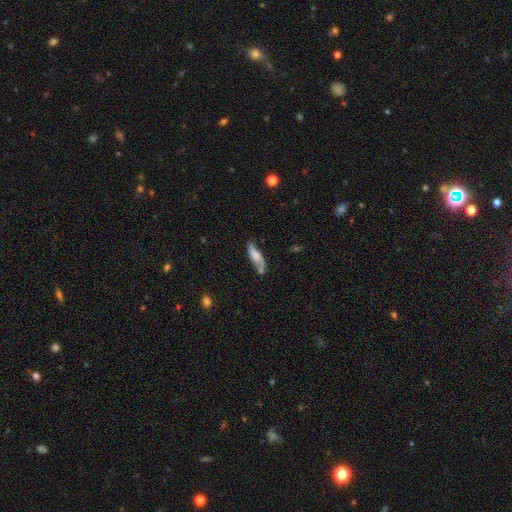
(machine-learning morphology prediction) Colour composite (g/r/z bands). It shows a featured or disk galaxy (49%). Merging: none (51%).